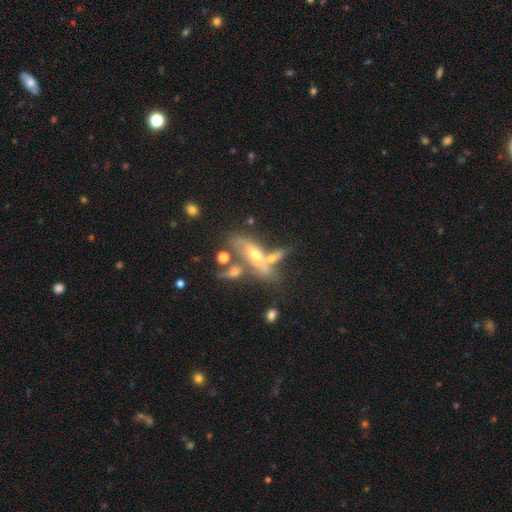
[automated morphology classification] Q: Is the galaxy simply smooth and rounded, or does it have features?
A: featured or disk — 59%.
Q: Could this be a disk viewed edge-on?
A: yes — 54%.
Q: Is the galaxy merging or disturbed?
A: none — 39%.